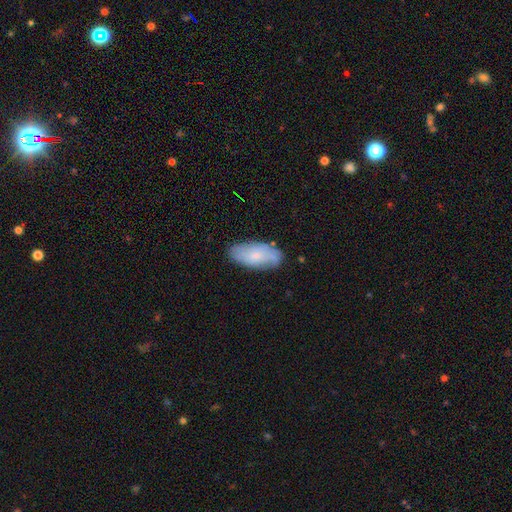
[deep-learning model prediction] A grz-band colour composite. It shows a smooth galaxy with no disk features (64%) that is in between round and cigar-shaped (91%). Merging: none (77%).